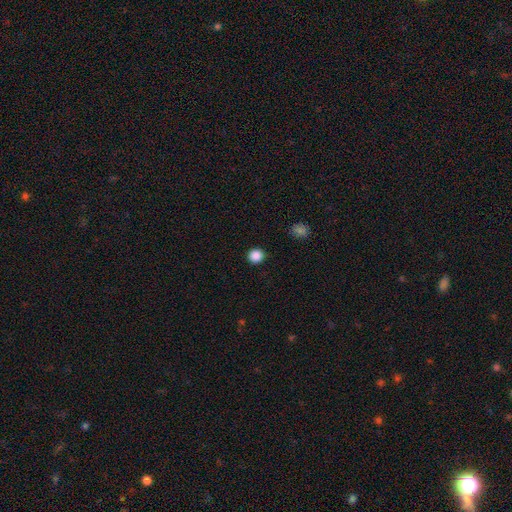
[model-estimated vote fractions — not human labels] This appears to be a smooth galaxy with no disk features (87%) that is round (91%). Merging: none (91%).